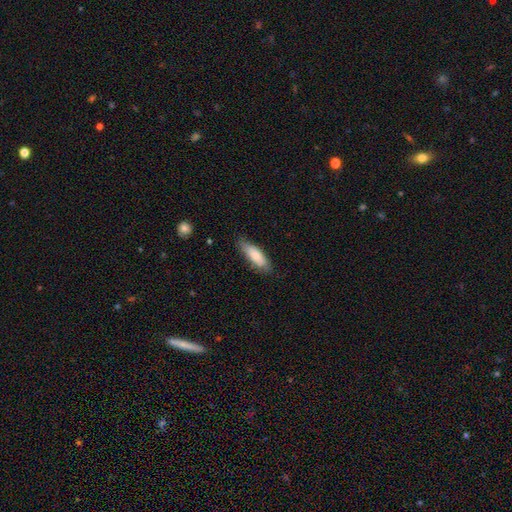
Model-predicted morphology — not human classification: Smooth or featured?
  - smooth: 78% *
  - featured or disk: 16%
  - star or artifact: 6%
How rounded?
  - in between: 56% *
  - cigar-shaped: 43%
  - round: 2%
Merging?
  - none: 77% *
  - minor disturbance: 18%
  - major disturbance: 3%
  - merger: 2%